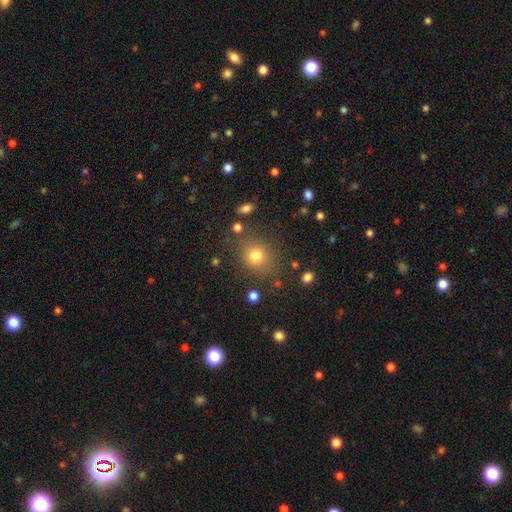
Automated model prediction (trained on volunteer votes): Smooth or featured? Predicted: smooth (p=0.78). How rounded? Predicted: round (p=0.79). Merging? Predicted: none (p=0.80).